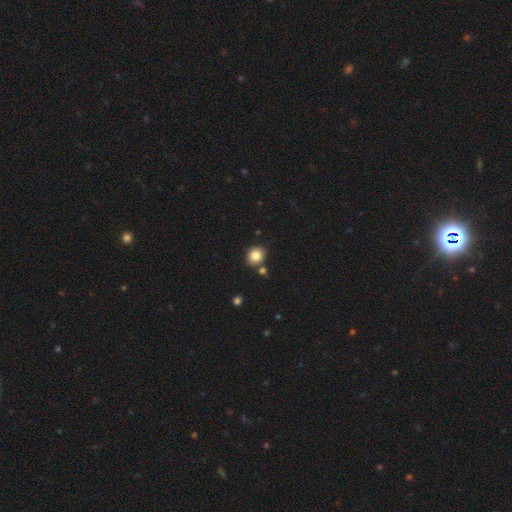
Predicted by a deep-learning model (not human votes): A smooth galaxy with no disk features (84%) that is round (79%). Merging: none (81%).